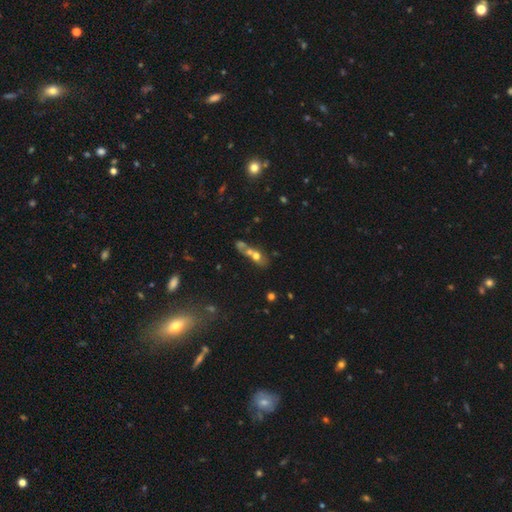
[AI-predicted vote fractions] Smooth or featured: smooth — 51% (featured or disk — 34%)
How rounded: in between — 49% (round — 35%)
Merging: merger — 62% (none — 21%)